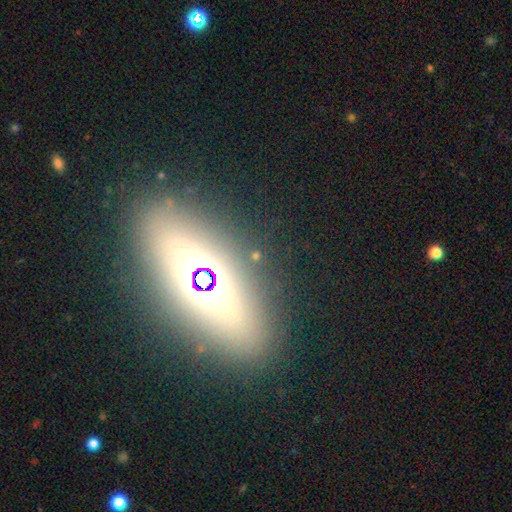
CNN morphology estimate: This appears to be a star or artifact, not a galaxy (51%).